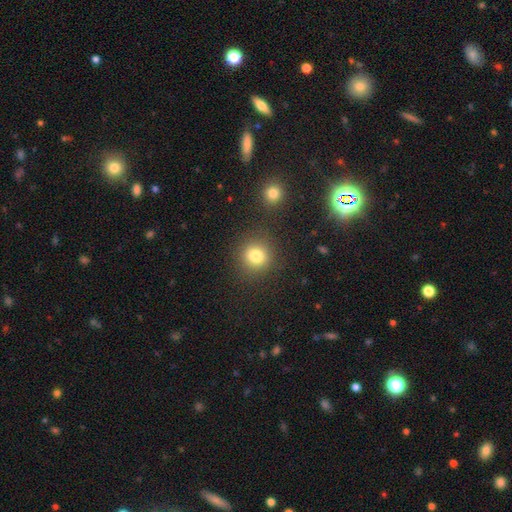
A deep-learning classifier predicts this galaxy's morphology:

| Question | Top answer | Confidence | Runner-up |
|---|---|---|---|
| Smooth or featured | smooth | 81% | star or artifact (12%) |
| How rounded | round | 88% | in between (11%) |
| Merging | none | 84% | minor disturbance (8%) |